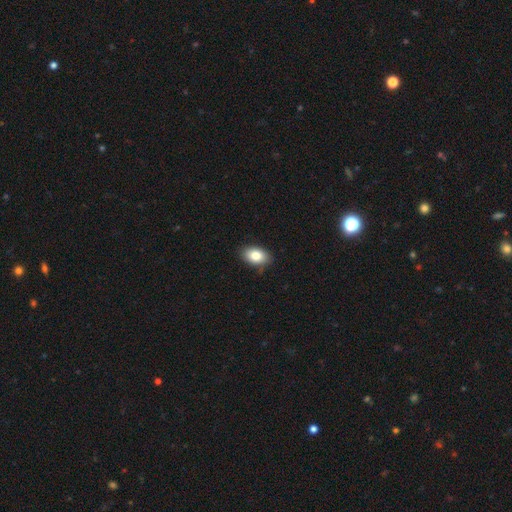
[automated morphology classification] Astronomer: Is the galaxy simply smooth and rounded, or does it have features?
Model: smooth — 83%.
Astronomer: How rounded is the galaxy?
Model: in between — 88%.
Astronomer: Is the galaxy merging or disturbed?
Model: none — 85%.